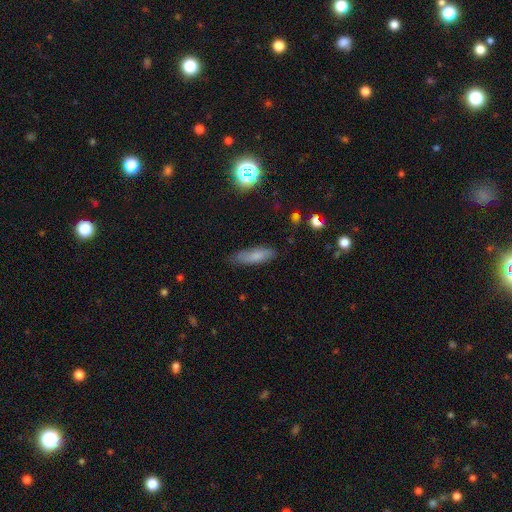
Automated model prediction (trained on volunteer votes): Morphology: type=smooth (76%); roundness=cigar-shaped (52%); merging=none (78%).